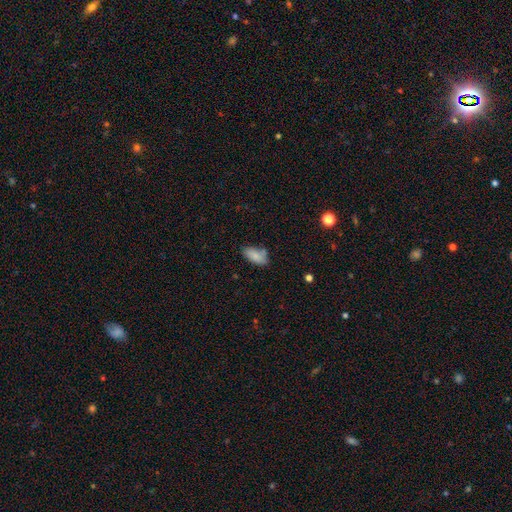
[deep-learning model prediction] Q: Smooth or featured?
A: smooth (84%); runner-up: featured or disk (9%)
Q: How rounded?
A: in between (90%); runner-up: cigar-shaped (7%)
Q: Merging?
A: none (65%); runner-up: minor disturbance (22%)